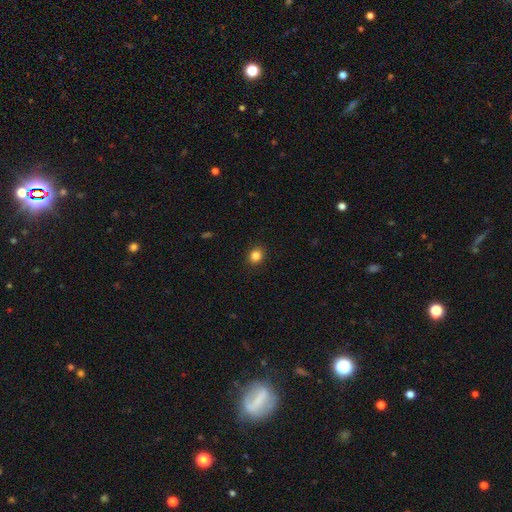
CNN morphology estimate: This is clearly a smooth galaxy (84%). How rounded: likely round (68%). Merging: clearly none (90%).